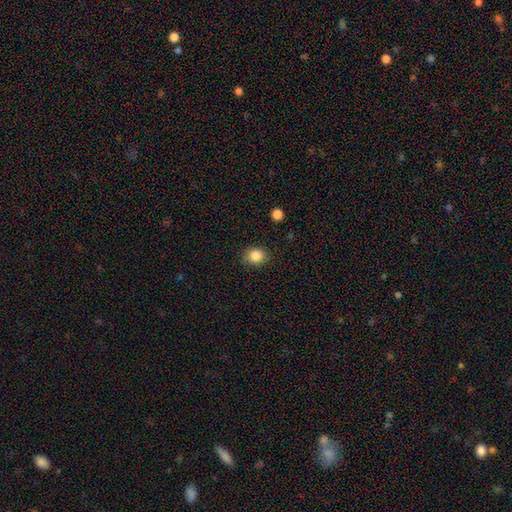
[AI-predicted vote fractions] Smooth or featured? smooth (85%)
How rounded? round (65%)
Merging? none (82%)